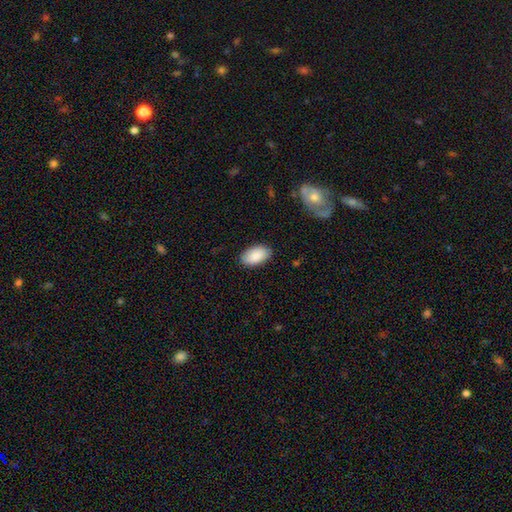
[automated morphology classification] Overall: smooth (89%). How rounded: in between (95%). Merging: none (87%).